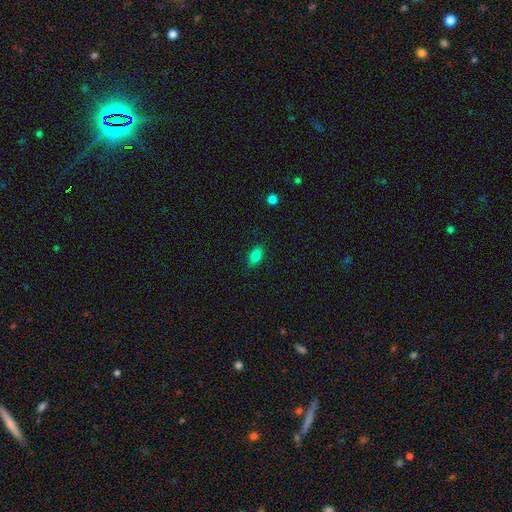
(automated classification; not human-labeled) smooth_or_featured: smooth (p=0.84) [alt: star or artifact p=0.10]
how_rounded: in between (p=0.90) [alt: round p=0.06]
merging: none (p=0.87) [alt: minor disturbance p=0.10]